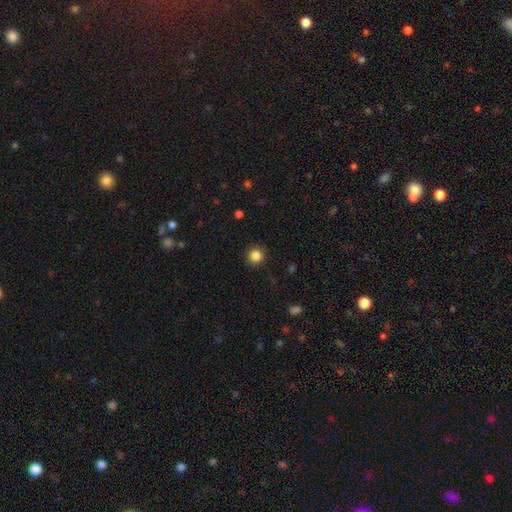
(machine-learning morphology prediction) Smooth or featured? Predicted: smooth (p=0.85). How rounded? Predicted: round (p=0.94). Merging? Predicted: none (p=0.90).